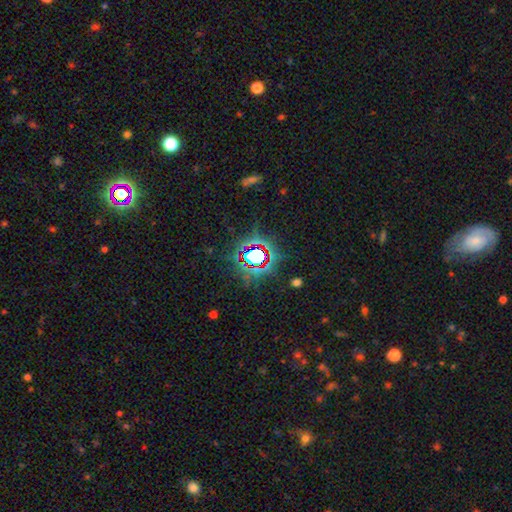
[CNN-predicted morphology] This is likely a star or artifact rather than a galaxy (75%).